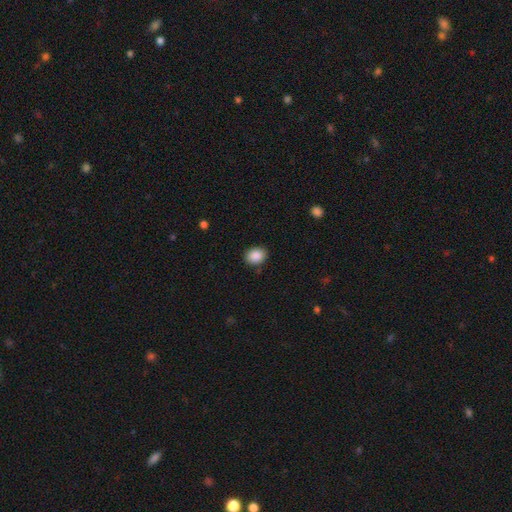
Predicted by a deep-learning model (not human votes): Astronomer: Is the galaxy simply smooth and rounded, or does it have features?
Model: smooth — 89%.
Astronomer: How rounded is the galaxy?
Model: in between — 58% (runner-up: round, 41%).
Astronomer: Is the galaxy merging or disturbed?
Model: none — 87%.